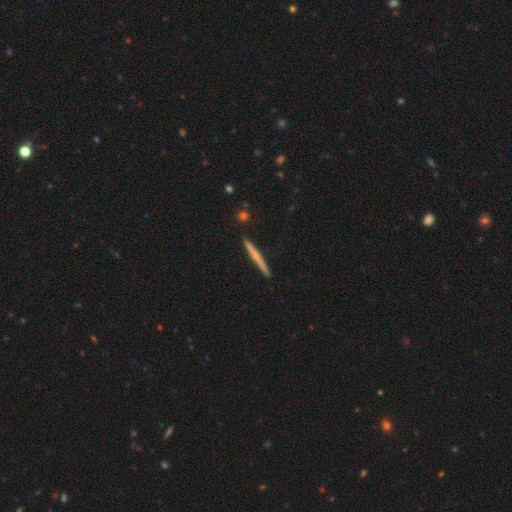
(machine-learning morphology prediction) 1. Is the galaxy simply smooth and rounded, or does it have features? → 50% featured or disk, 44% smooth, 6% star or artifact.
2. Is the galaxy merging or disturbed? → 91% none, 6% minor disturbance, 1% merger, 1% major disturbance.